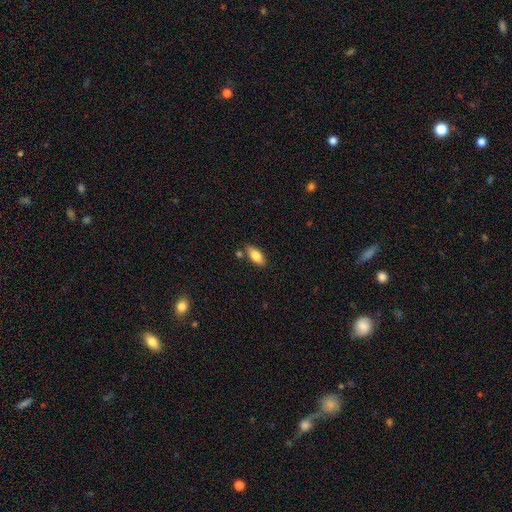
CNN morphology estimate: Smooth or featured?
  - smooth: 81% *
  - featured or disk: 12%
  - star or artifact: 7%
How rounded?
  - in between: 86% *
  - cigar-shaped: 11%
  - round: 3%
Merging?
  - none: 79% *
  - minor disturbance: 12%
  - merger: 6%
  - major disturbance: 3%